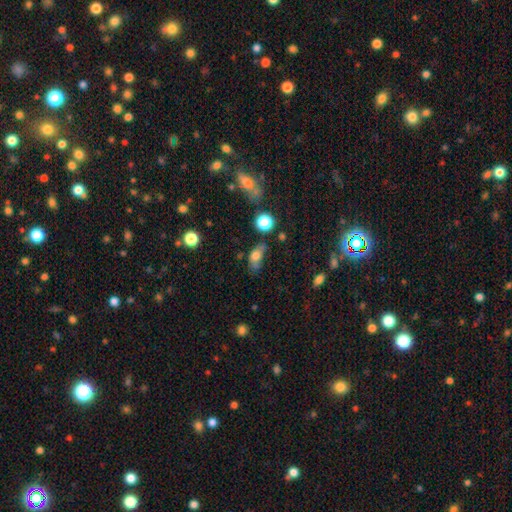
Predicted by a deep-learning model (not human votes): The model was most divided on "merging": none: 40%, minor disturbance: 33%, major disturbance: 19%, merger: 7%. More confident: how rounded — in between (78%); smooth or featured — smooth (70%).